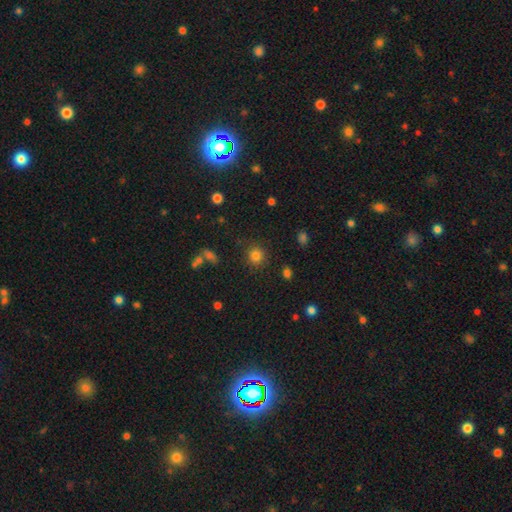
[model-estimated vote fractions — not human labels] Smooth or featured? Predicted: smooth (p=0.82). How rounded? Predicted: round (p=0.90). Merging? Predicted: none (p=0.86).